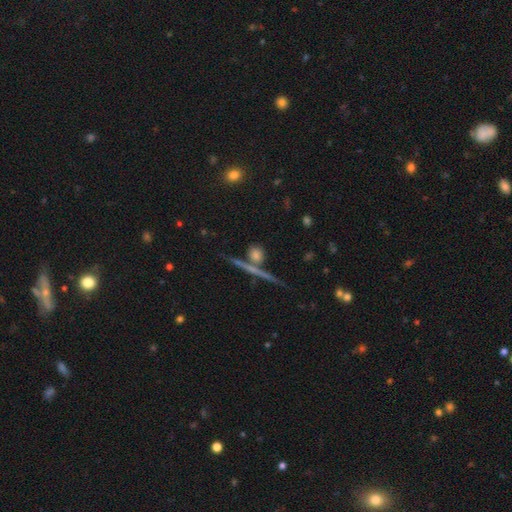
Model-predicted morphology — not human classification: Overall: smooth (55%; featured or disk 28%). How rounded: round (69%). Merging: none (74%).